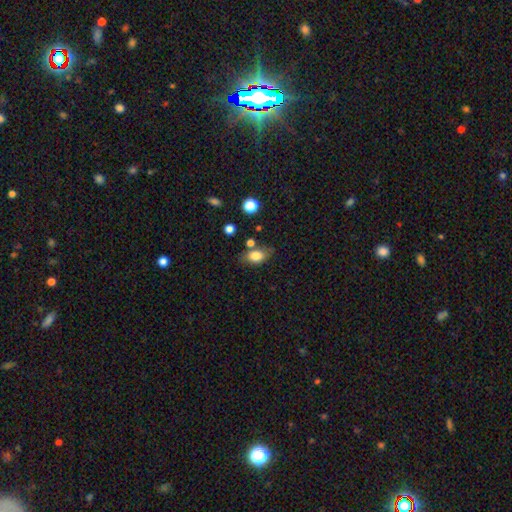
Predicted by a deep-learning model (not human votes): The model was most divided on "merging": none: 67%, minor disturbance: 19%, merger: 8%, major disturbance: 5%. More confident: how rounded — in between (83%); smooth or featured — smooth (81%).